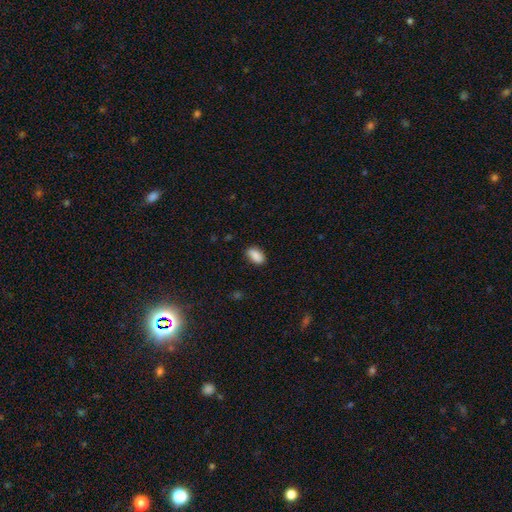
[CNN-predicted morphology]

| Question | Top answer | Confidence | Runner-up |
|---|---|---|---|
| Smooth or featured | smooth | 88% | star or artifact (7%) |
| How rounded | in between | 92% | cigar-shaped (4%) |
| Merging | none | 85% | minor disturbance (11%) |